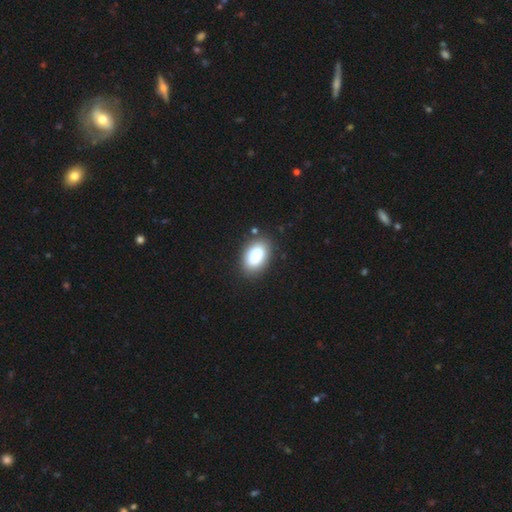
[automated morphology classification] This appears to be a smooth galaxy with no disk features (86%) that is in between round and cigar-shaped (92%). Merging: none (86%).